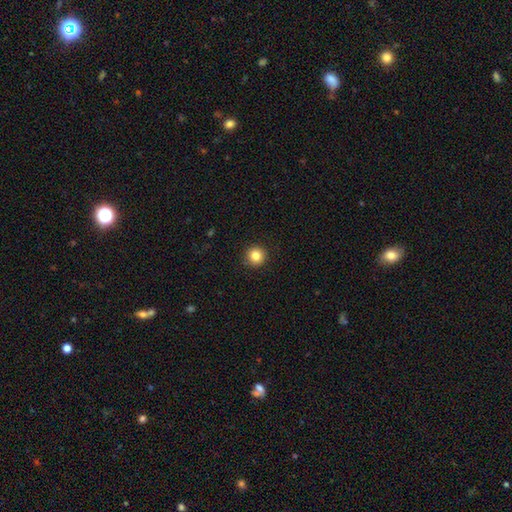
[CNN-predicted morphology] smooth_or_featured: smooth (p=0.84) [alt: star or artifact p=0.11]
how_rounded: round (p=0.95) [alt: in between p=0.04]
merging: none (p=0.92) [alt: minor disturbance p=0.05]